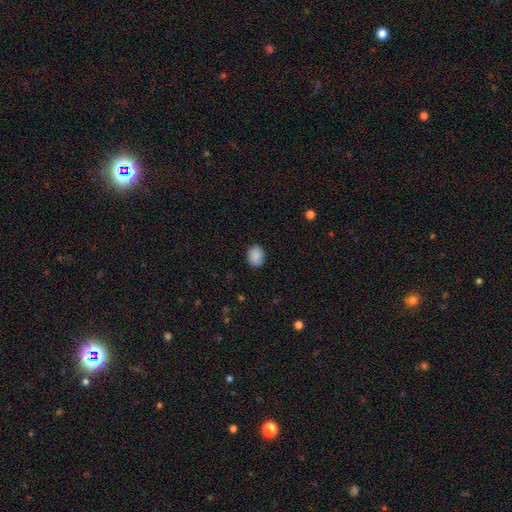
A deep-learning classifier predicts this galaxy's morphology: Smooth or featured: smooth — 89% (star or artifact — 7%)
How rounded: in between — 52% (round — 47%)
Merging: none — 87% (minor disturbance — 10%)